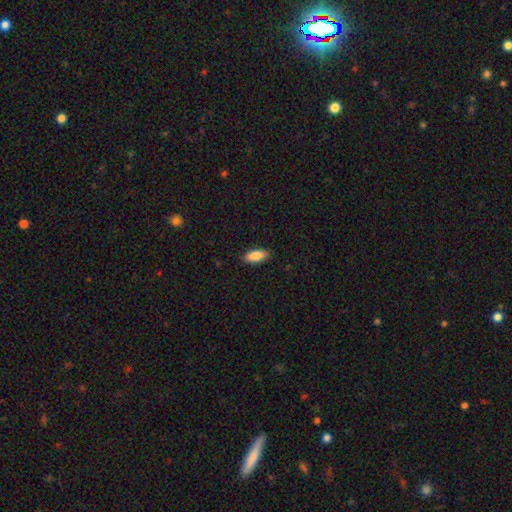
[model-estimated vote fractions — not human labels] Smooth or featured? smooth (87%)
How rounded? in between (81%)
Merging? none (89%)